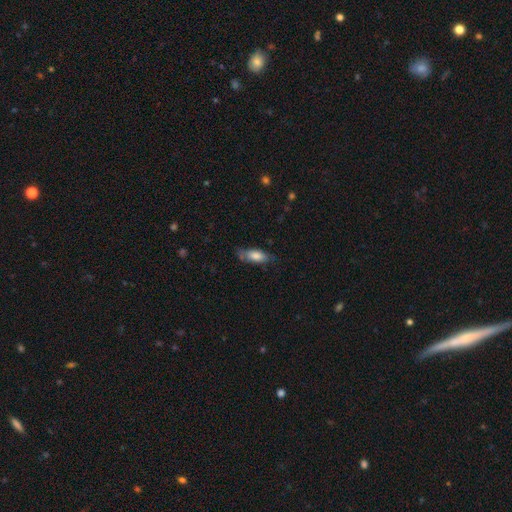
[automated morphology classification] Overall: smooth (73%). How rounded: in between (72%). Merging: none (63%; minor disturbance 27%).